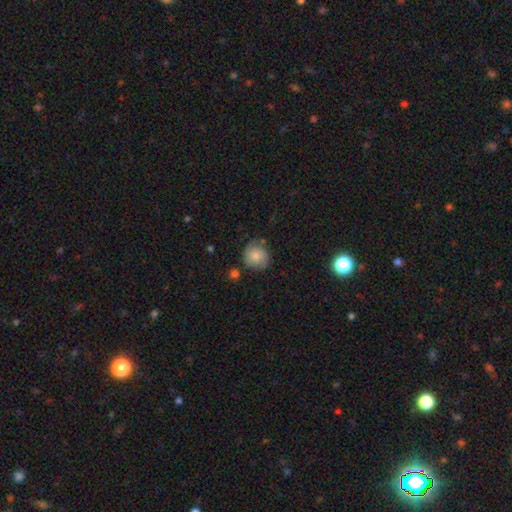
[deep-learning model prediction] smooth-or-featured: smooth: 78% | featured or disk: 14% | star or artifact: 8%
  how-rounded: round: 88% | in between: 11% | cigar-shaped: 1%
  merging: none: 73% | minor disturbance: 19% | merger: 5% | major disturbance: 4%